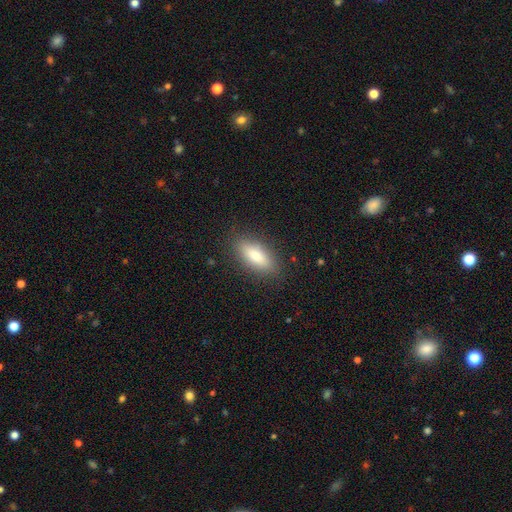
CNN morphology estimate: Q: Smooth or featured?
A: smooth (79%); runner-up: featured or disk (14%)
Q: How rounded?
A: in between (73%); runner-up: cigar-shaped (25%)
Q: Merging?
A: none (85%); runner-up: minor disturbance (11%)